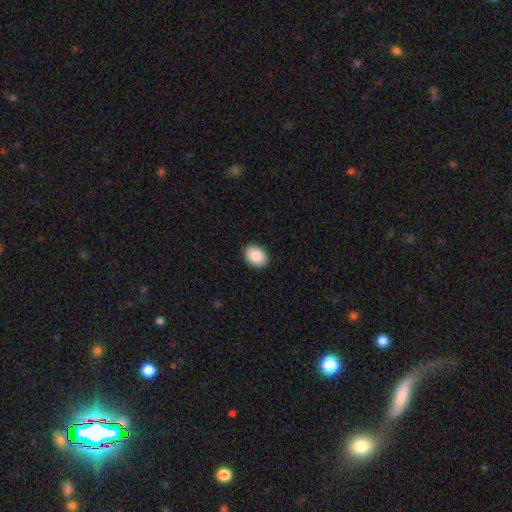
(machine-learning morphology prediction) smooth 90%, star or artifact 7%, featured or disk 3%. Down the decision tree: how rounded — in between (79%); merging — none (90%).